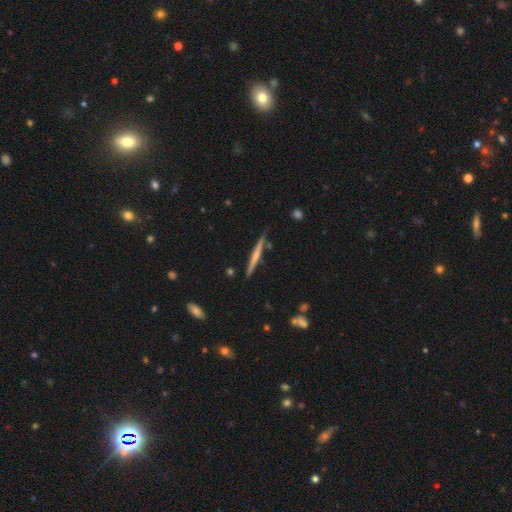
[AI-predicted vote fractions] The model was most divided on "smooth or featured": featured or disk: 52%, smooth: 42%, star or artifact: 6%. More confident: edge-on disk — yes (97%); merging — none (85%); edge-on bulge — none (56%).